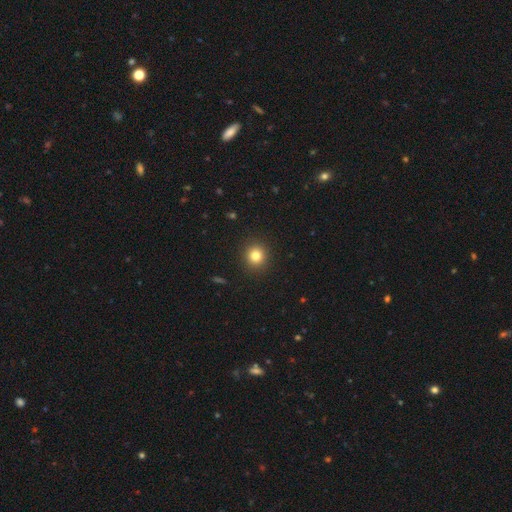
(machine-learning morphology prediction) Smooth or featured: smooth — 81% (star or artifact — 12%)
How rounded: round — 90% (in between — 9%)
Merging: none — 92% (minor disturbance — 5%)